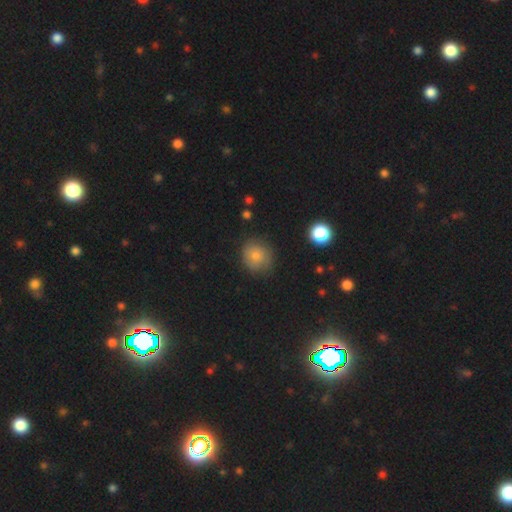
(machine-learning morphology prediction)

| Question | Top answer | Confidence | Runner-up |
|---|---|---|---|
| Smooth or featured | smooth | 78% | featured or disk (11%) |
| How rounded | round | 84% | in between (15%) |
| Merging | none | 78% | minor disturbance (16%) |